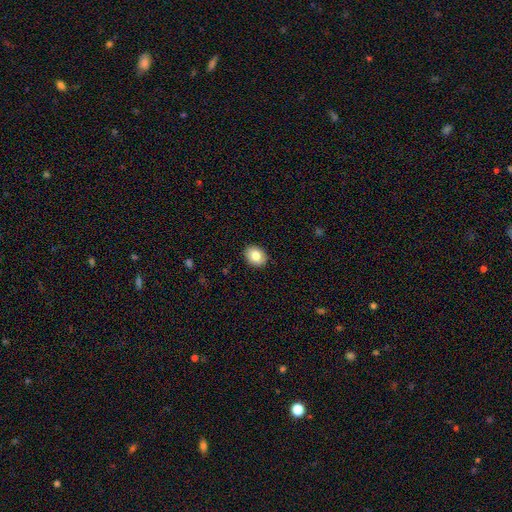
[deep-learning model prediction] Smooth or featured? smooth (82%)
How rounded? in between (61%)
Merging? none (90%)